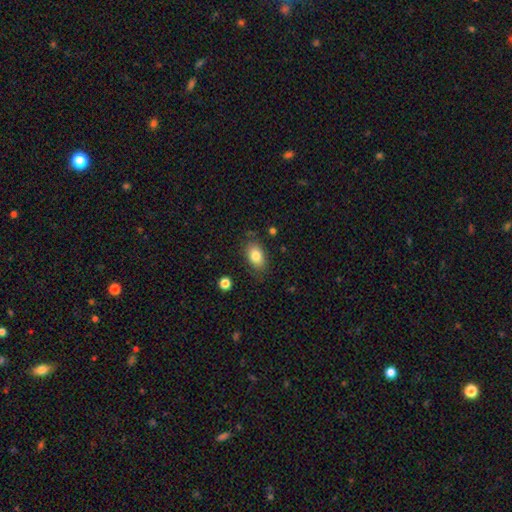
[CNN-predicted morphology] Smooth or featured? Predicted: smooth (p=0.82). How rounded? Predicted: in between (p=0.88). Merging? Predicted: none (p=0.78).